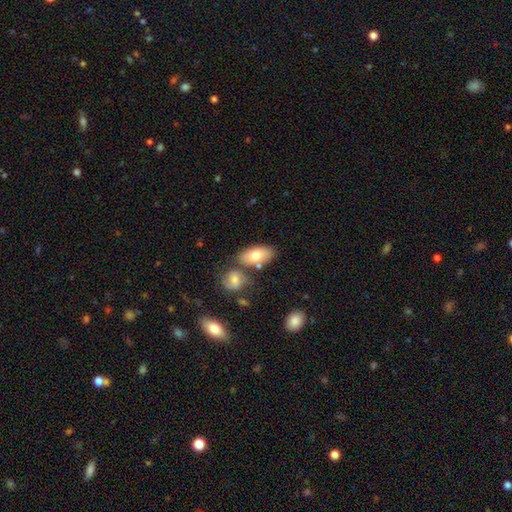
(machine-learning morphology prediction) This is likely a smooth galaxy (75%). How rounded: clearly in between (92%). Merging: likely none (64%).